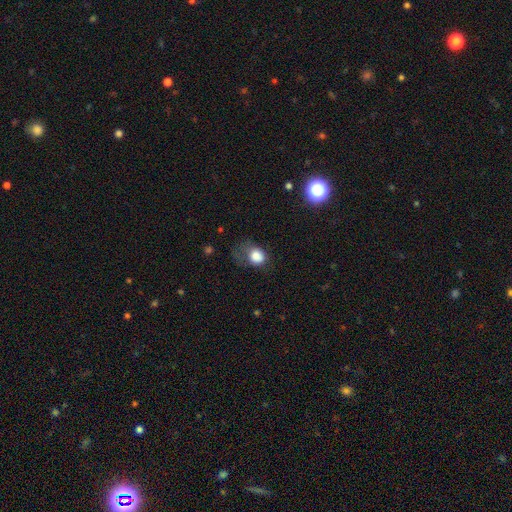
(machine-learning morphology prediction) Smooth or featured? smooth (81%)
How rounded? round (52%)
Merging? major disturbance (39%)